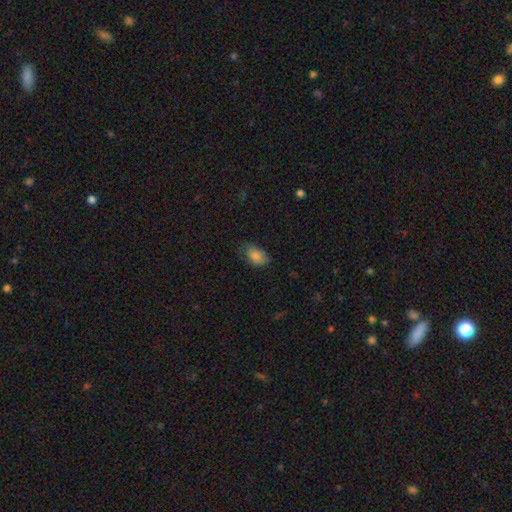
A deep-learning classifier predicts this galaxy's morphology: This appears to be a smooth galaxy with no disk features (82%) that is in between round and cigar-shaped (91%). Merging: none (71%).